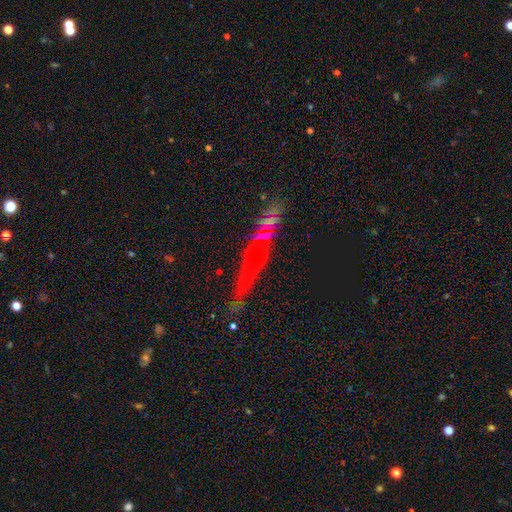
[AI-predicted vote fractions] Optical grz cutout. It shows a smooth galaxy with no disk features (35%). Merging: none (66%).